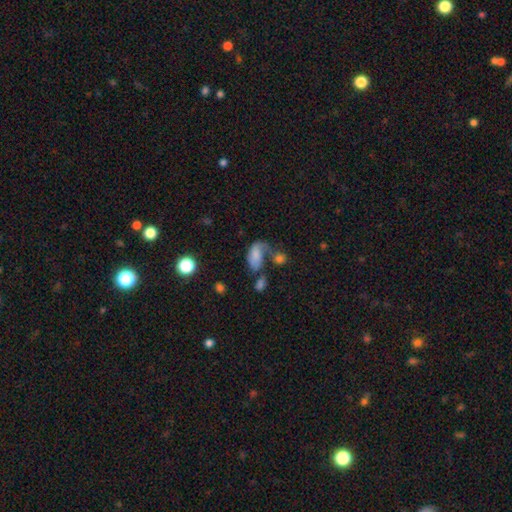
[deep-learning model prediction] Smooth or featured? Predicted: smooth (p=0.60). How rounded? Predicted: in between (p=0.89). Merging? Predicted: major disturbance (p=0.32).